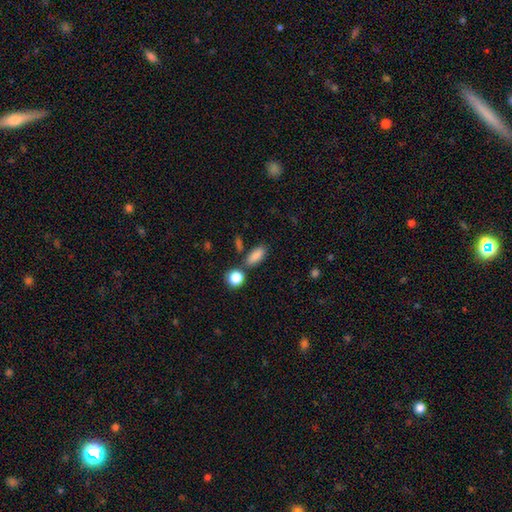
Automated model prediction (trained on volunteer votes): Smooth or featured? Predicted: smooth (p=0.85). How rounded? Predicted: in between (p=0.76). Merging? Predicted: none (p=0.75).